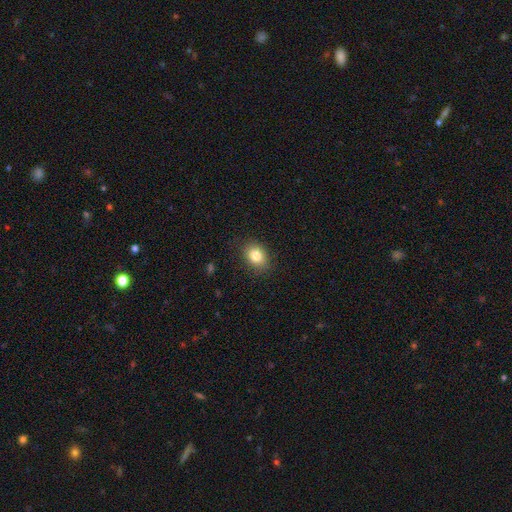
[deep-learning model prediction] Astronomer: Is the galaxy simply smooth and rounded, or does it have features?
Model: smooth — 83%.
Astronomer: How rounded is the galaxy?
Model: in between — 58% (runner-up: round, 41%).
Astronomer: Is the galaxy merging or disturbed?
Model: none — 86%.